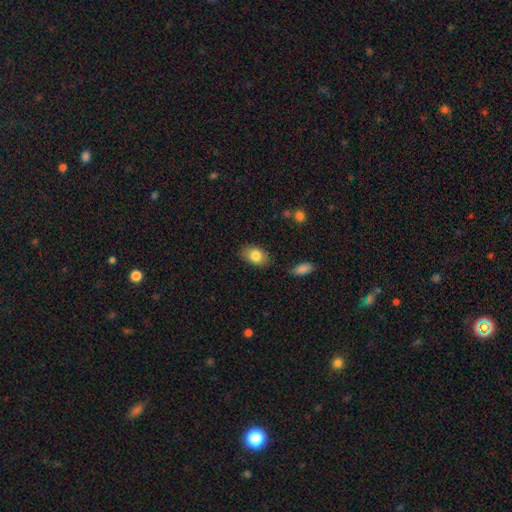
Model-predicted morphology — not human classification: Q: Smooth or featured?
A: smooth (82%); runner-up: featured or disk (10%)
Q: How rounded?
A: in between (85%); runner-up: round (14%)
Q: Merging?
A: none (82%); runner-up: minor disturbance (13%)